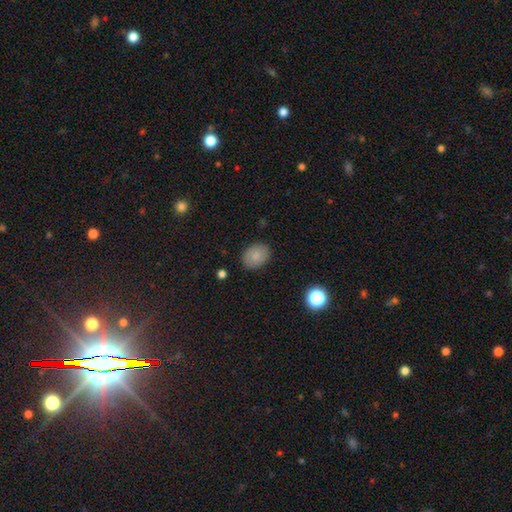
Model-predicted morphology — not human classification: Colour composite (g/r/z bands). It shows a smooth galaxy with no disk features (84%) that is in between round and cigar-shaped (69%). Merging: none (86%).